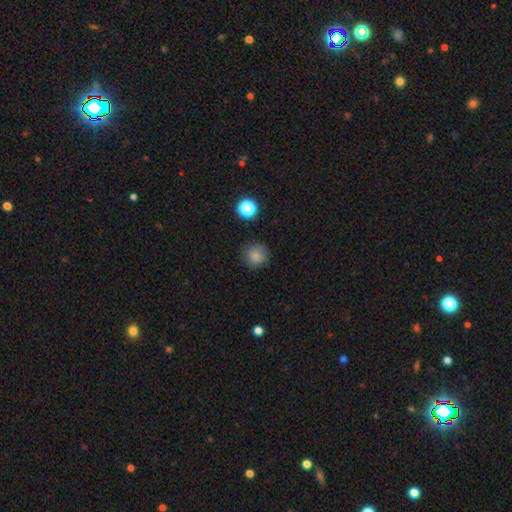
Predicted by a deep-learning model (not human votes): smooth_or_featured: smooth (p=0.83) [alt: star or artifact p=0.12]
how_rounded: round (p=0.92) [alt: in between p=0.07]
merging: none (p=0.85) [alt: minor disturbance p=0.10]